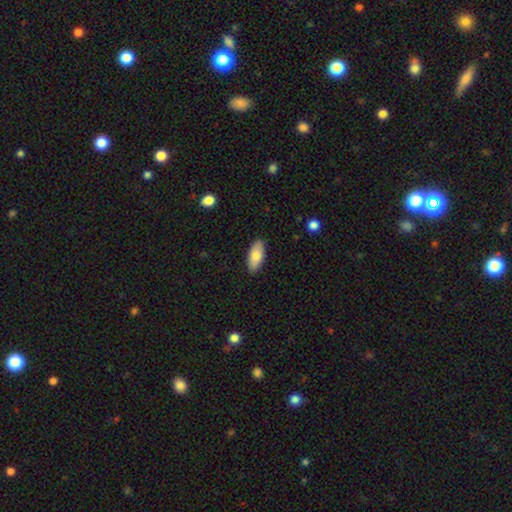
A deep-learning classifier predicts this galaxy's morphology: smooth_or_featured: smooth (p=0.81) [alt: featured or disk p=0.13]
how_rounded: in between (p=0.87) [alt: cigar-shaped p=0.11]
merging: none (p=0.88) [alt: minor disturbance p=0.09]